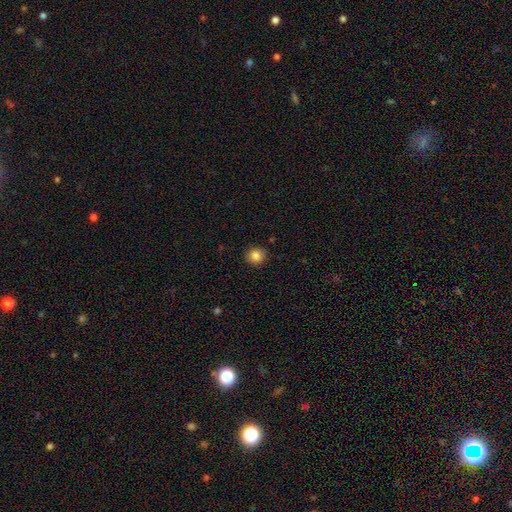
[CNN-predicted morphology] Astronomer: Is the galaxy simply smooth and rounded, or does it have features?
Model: smooth — 84%.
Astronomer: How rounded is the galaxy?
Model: round — 88%.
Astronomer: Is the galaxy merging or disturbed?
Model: none — 89%.